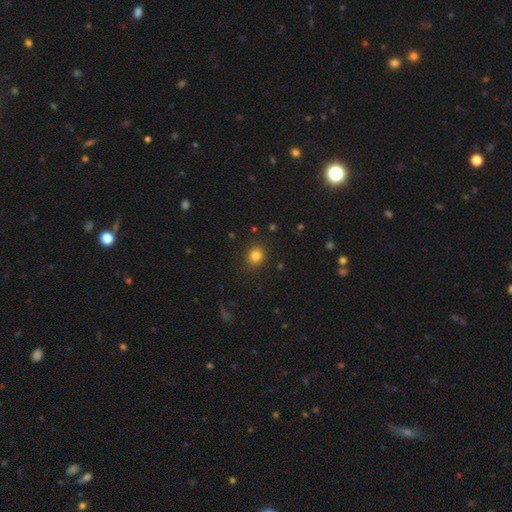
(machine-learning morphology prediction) smooth_or_featured: smooth (p=0.81) [alt: star or artifact p=0.13]
how_rounded: round (p=0.79) [alt: in between p=0.20]
merging: none (p=0.89) [alt: minor disturbance p=0.08]